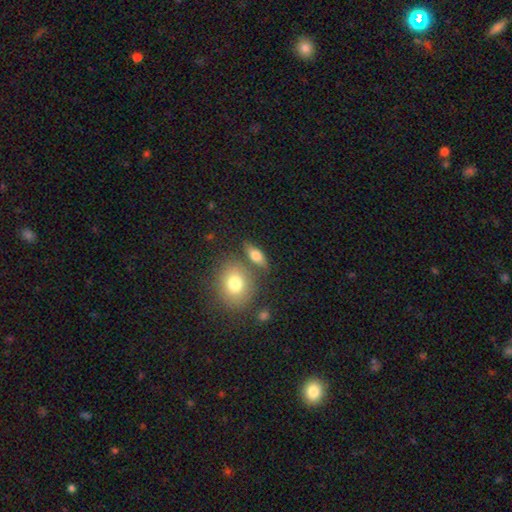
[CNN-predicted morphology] This appears to be a smooth galaxy with no disk features (68%) that is in between round and cigar-shaped (64%). Merging: none (70%).